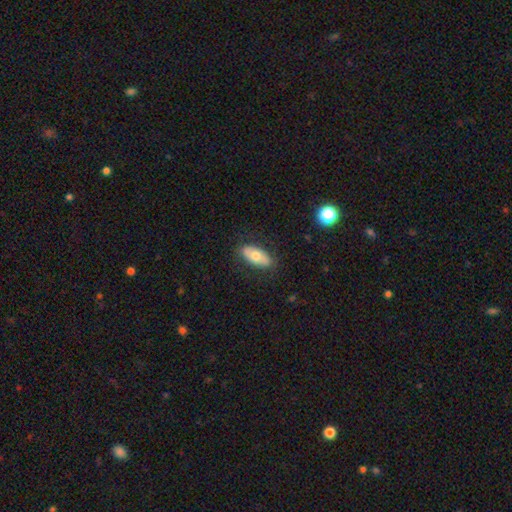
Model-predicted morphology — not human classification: smooth_or_featured: smooth (p=0.66) [alt: featured or disk p=0.28]
how_rounded: in between (p=0.88) [alt: cigar-shaped p=0.09]
merging: none (p=0.83) [alt: minor disturbance p=0.12]